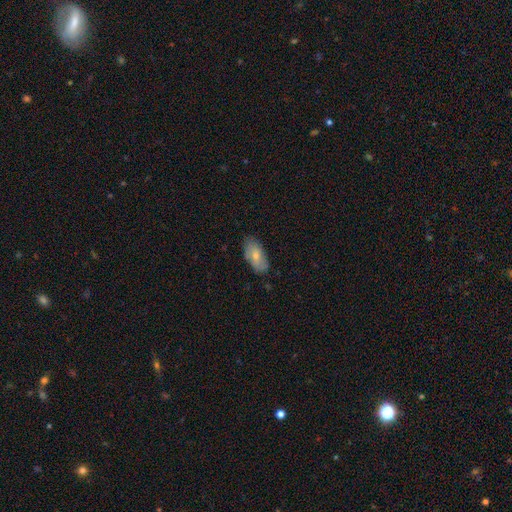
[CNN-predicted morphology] Q: Smooth or featured?
A: smooth (70%); runner-up: featured or disk (23%)
Q: How rounded?
A: in between (91%); runner-up: cigar-shaped (5%)
Q: Merging?
A: none (77%); runner-up: minor disturbance (18%)